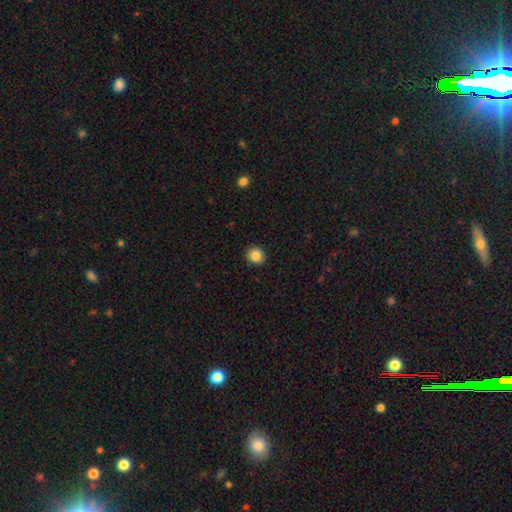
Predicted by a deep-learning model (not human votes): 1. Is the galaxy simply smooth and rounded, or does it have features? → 85% smooth, 10% star or artifact, 5% featured or disk.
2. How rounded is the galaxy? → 85% round, 14% in between, 1% cigar-shaped.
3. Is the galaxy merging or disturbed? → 91% none, 6% minor disturbance, 2% major disturbance, 1% merger.